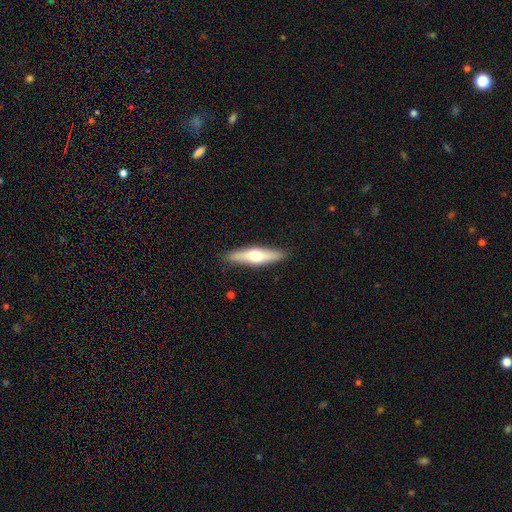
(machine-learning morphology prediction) Smooth or featured: smooth — 49% (featured or disk — 46%)
Merging: none — 89% (minor disturbance — 8%)